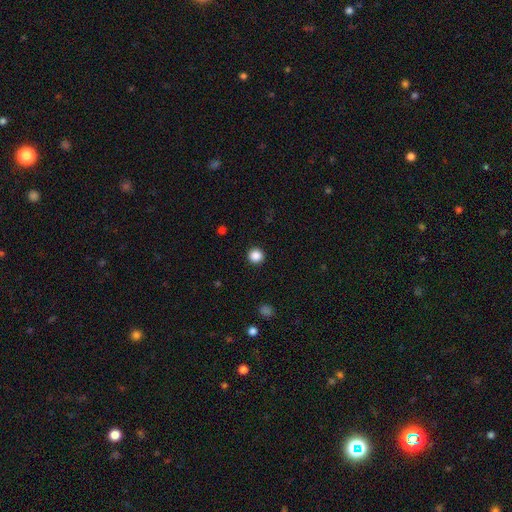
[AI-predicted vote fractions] smooth-or-featured: smooth: 87% | star or artifact: 10% | featured or disk: 3%
  how-rounded: round: 96% | in between: 3% | cigar-shaped: 1%
  merging: none: 93% | minor disturbance: 4% | major disturbance: 2% | merger: 1%